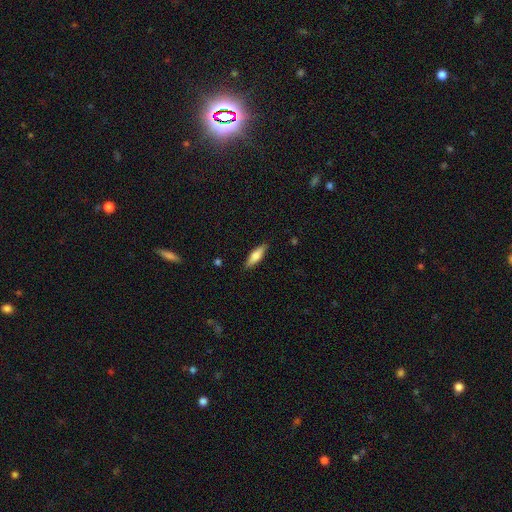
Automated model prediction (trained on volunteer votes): Smooth or featured? smooth (71%)
How rounded? cigar-shaped (51%)
Merging? none (87%)